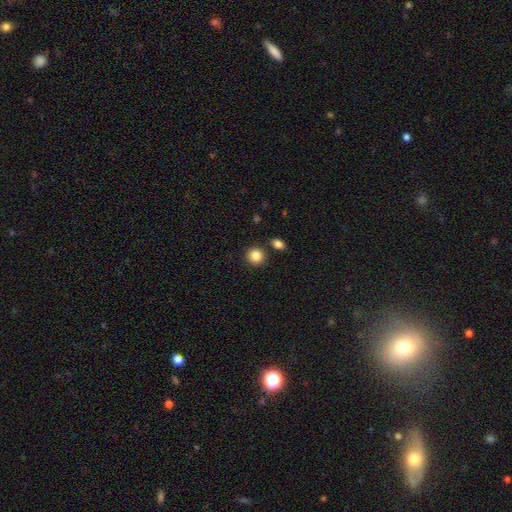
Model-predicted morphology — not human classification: A smooth galaxy with no disk features (86%) that is round (90%). Merging: none (86%).